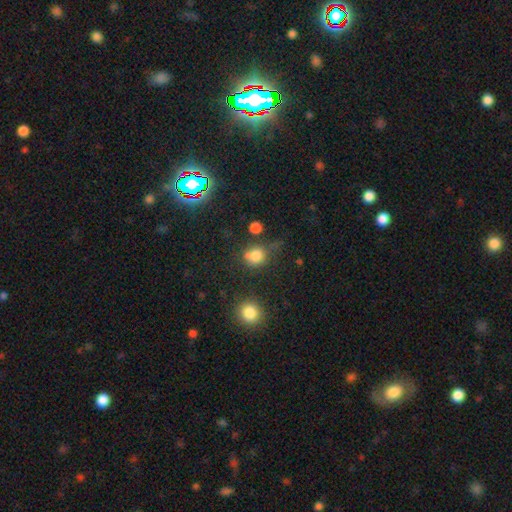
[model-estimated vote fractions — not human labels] Morphology: type=smooth (78%); roundness=round (76%); merging=none (57%).